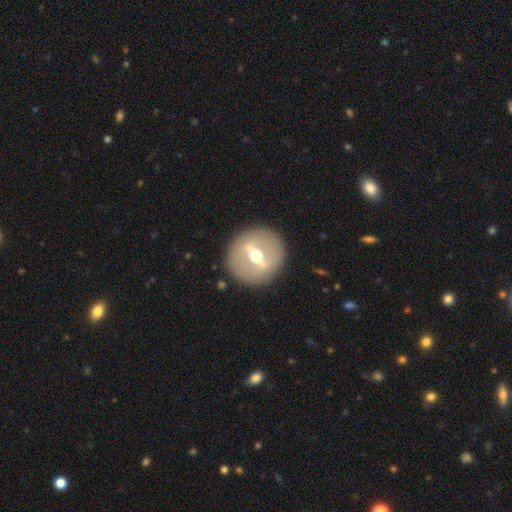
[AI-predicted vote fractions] Smooth or featured?
  - featured or disk: 77% *
  - smooth: 17%
  - star or artifact: 6%
Edge-on disk?
  - no: 67% *
  - yes: 33%
Bar?
  - strong: 76% *
  - weak: 18%
  - no: 6%
Spiral arms?
  - no: 86% *
  - yes: 14%
Bulge size?
  - moderate: 77% *
  - small: 12%
  - large: 9%
  - dominant: 1%
  - none: 1%
Merging?
  - none: 89% *
  - minor disturbance: 7%
  - major disturbance: 3%
  - merger: 1%